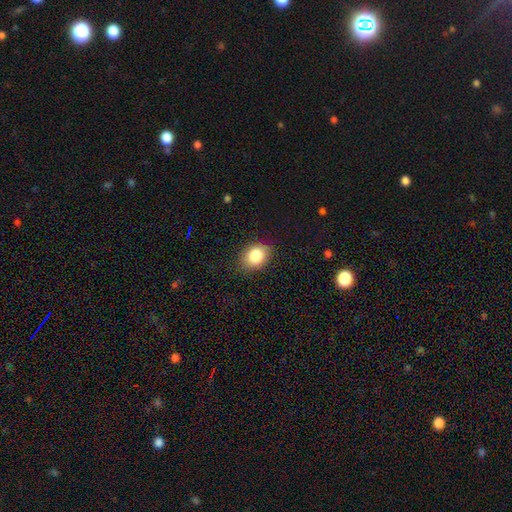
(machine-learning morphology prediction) smooth_or_featured: smooth (p=0.83) [alt: star or artifact p=0.09]
how_rounded: in between (p=0.66) [alt: round p=0.33]
merging: none (p=0.83) [alt: minor disturbance p=0.13]